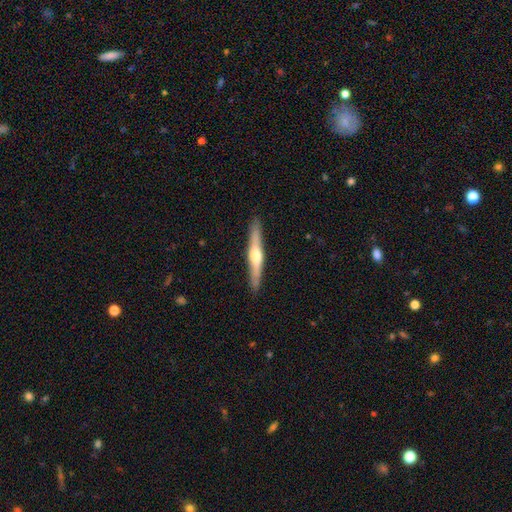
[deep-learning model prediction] Smooth or featured: featured or disk — 66% (smooth — 29%)
Edge-on disk: yes — 97% (no — 3%)
Edge-on bulge: rounded — 88% (boxy — 7%)
Merging: none — 91% (minor disturbance — 7%)